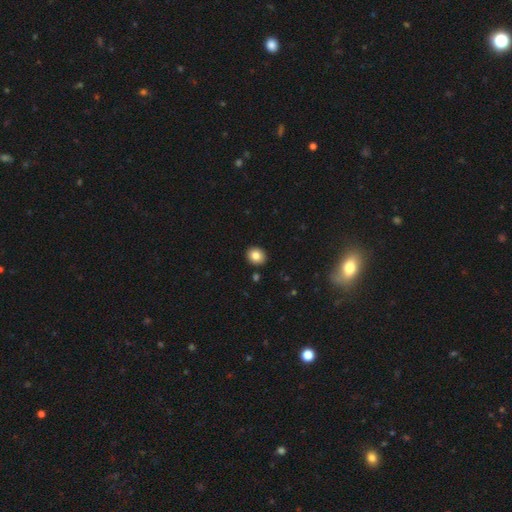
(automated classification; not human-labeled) Smooth or featured? Predicted: smooth (p=0.83). How rounded? Predicted: round (p=0.69). Merging? Predicted: none (p=0.91).